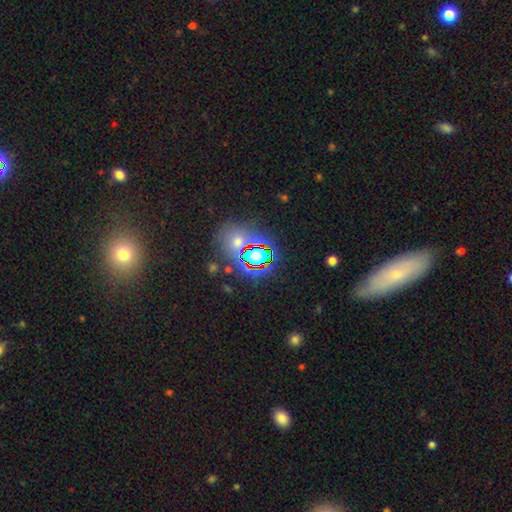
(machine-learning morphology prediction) Smooth or featured: star or artifact — 61% (smooth — 27%)